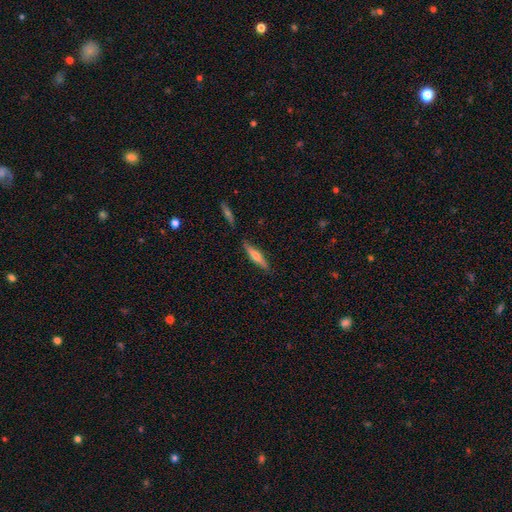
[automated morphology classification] featured or disk 48%, smooth 46%, star or artifact 6%. Down the decision tree: merging — none (83%).